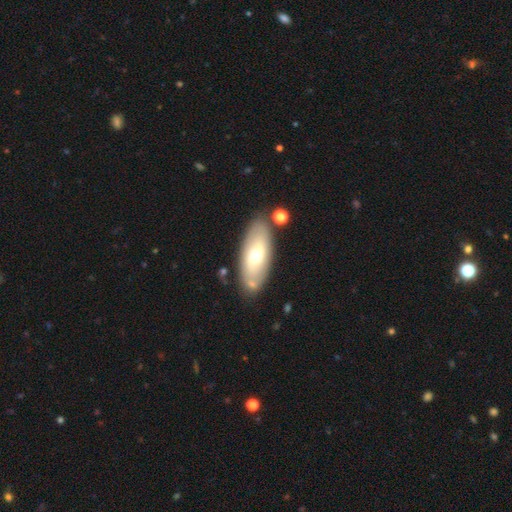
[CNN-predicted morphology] Smooth or featured: smooth — 54% (featured or disk — 40%)
How rounded: in between — 83% (cigar-shaped — 15%)
Merging: none — 78% (minor disturbance — 13%)